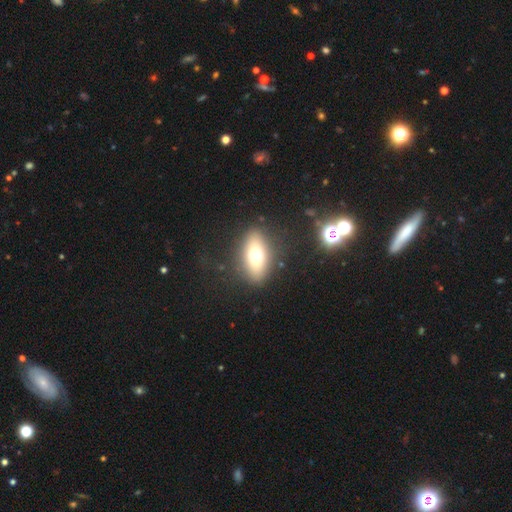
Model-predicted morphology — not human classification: Smooth or featured?
  - smooth: 65% *
  - featured or disk: 24%
  - star or artifact: 11%
How rounded?
  - in between: 80% *
  - round: 12%
  - cigar-shaped: 8%
Merging?
  - none: 84% *
  - minor disturbance: 10%
  - major disturbance: 5%
  - merger: 2%